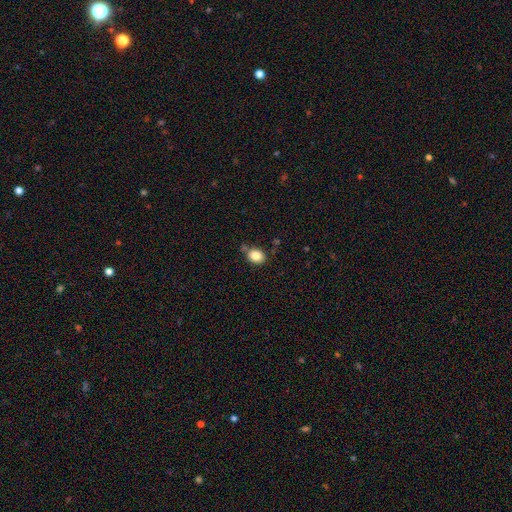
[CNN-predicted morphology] type=smooth (84%); roundness=in between (51%); merging=none (73%).